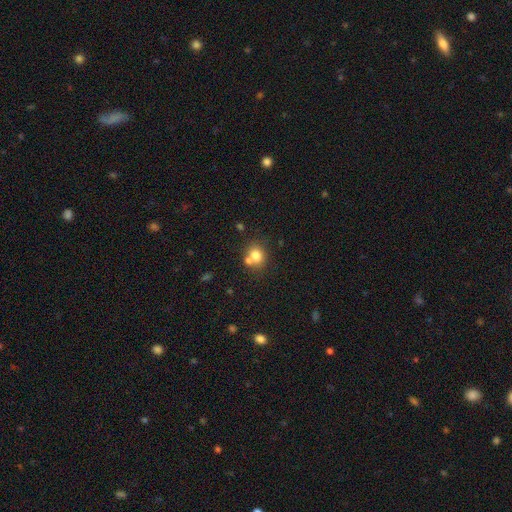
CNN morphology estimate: smooth-or-featured: smooth: 78% | star or artifact: 12% | featured or disk: 11%
  how-rounded: round: 68% | in between: 31% | cigar-shaped: 1%
  merging: none: 54% | merger: 32% | minor disturbance: 11% | major disturbance: 4%